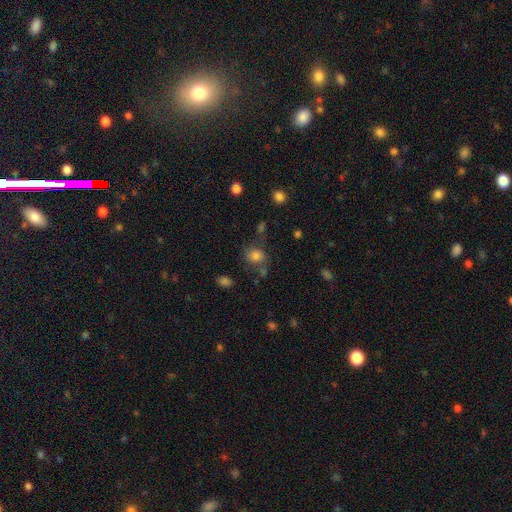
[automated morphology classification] Smooth or featured?
  - smooth: 77% *
  - star or artifact: 13%
  - featured or disk: 10%
How rounded?
  - round: 66% *
  - in between: 33%
  - cigar-shaped: 1%
Merging?
  - none: 64% *
  - minor disturbance: 18%
  - merger: 9%
  - major disturbance: 8%